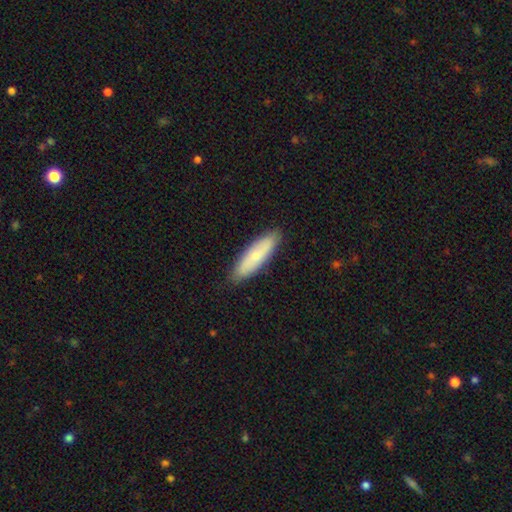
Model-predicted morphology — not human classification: Overall: smooth (71%). How rounded: cigar-shaped (63%; in between 35%). Merging: none (88%).